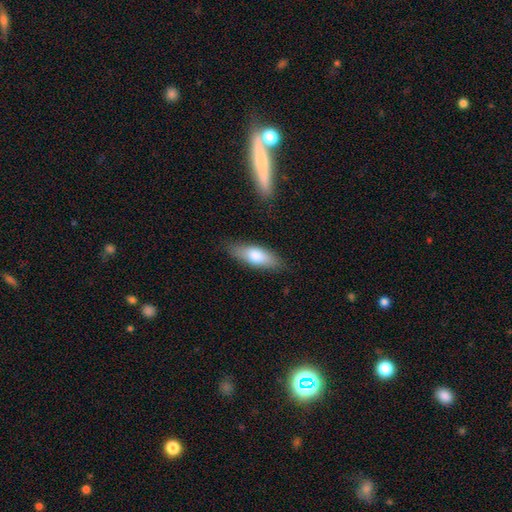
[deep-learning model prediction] Morphology: type=smooth (75%); roundness=in between (63%); merging=none (83%).